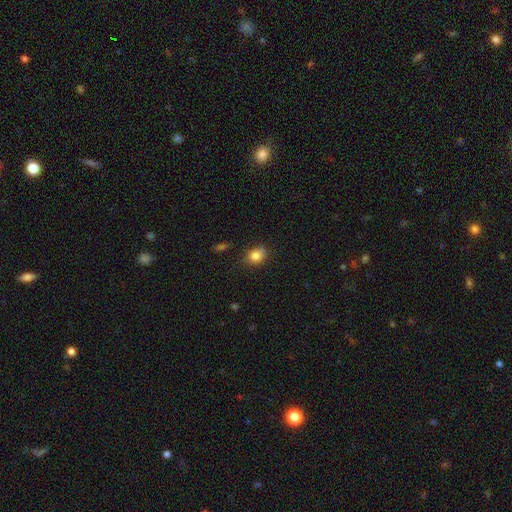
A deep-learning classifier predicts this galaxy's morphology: smooth-or-featured: smooth: 83% | star or artifact: 10% | featured or disk: 7%
  how-rounded: in between: 54% | round: 45% | cigar-shaped: 1%
  merging: none: 73% | minor disturbance: 21% | major disturbance: 4% | merger: 2%